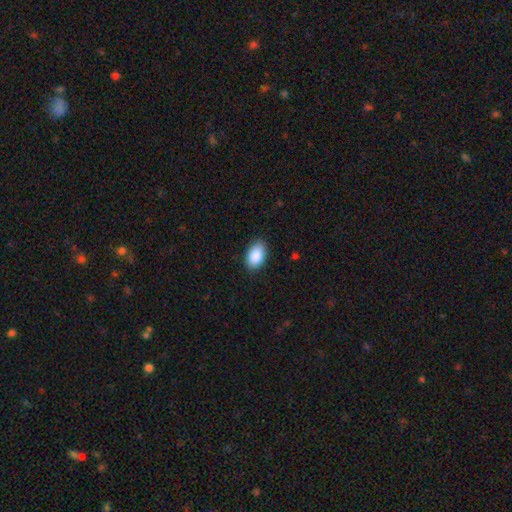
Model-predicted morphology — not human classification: Q: Smooth or featured?
A: smooth (89%); runner-up: star or artifact (6%)
Q: How rounded?
A: in between (93%); runner-up: round (6%)
Q: Merging?
A: none (87%); runner-up: minor disturbance (10%)